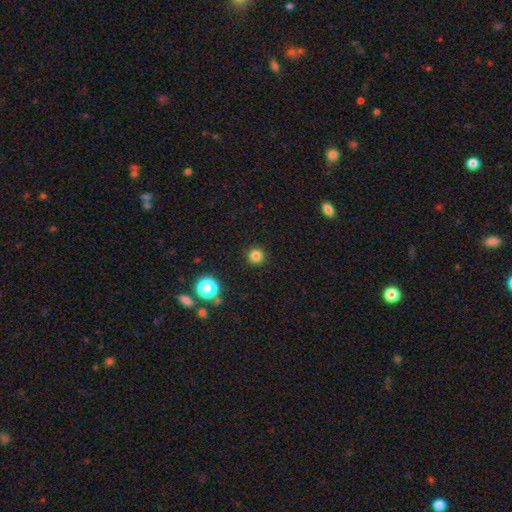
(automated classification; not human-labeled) smooth-or-featured: smooth: 82% | star or artifact: 14% | featured or disk: 4%
  how-rounded: round: 95% | in between: 4% | cigar-shaped: 1%
  merging: none: 92% | minor disturbance: 5% | major disturbance: 2% | merger: 1%